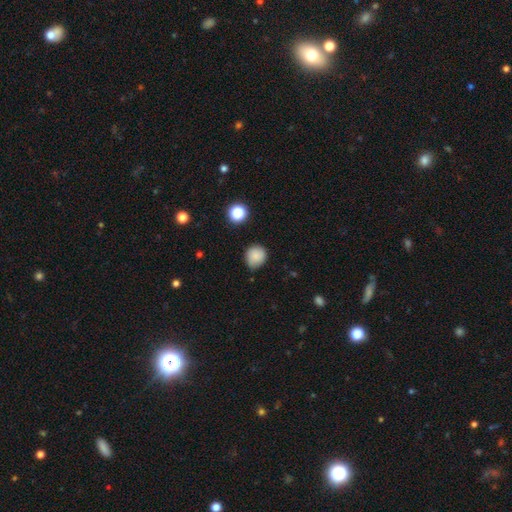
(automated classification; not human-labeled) Overall: smooth (84%). How rounded: round (82%). Merging: none (71%).